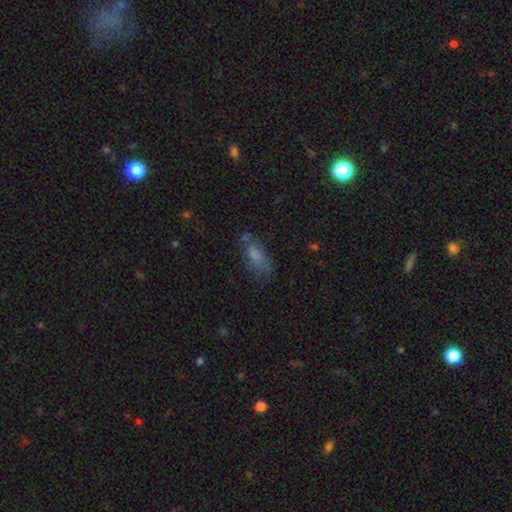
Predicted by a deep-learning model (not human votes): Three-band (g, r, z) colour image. It shows a smooth galaxy with no disk features (74%) that is in between round and cigar-shaped (80%). Merging: none (51%).